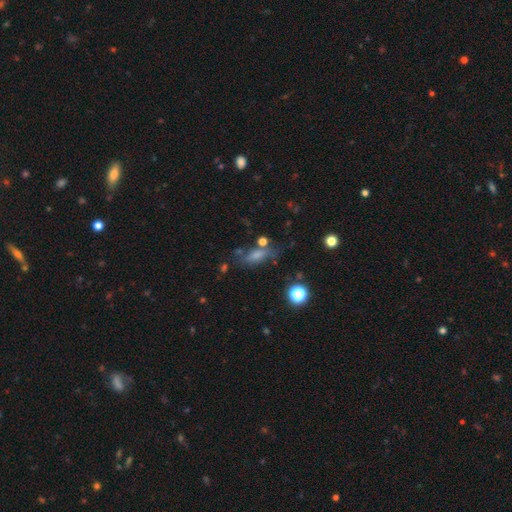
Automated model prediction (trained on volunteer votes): A smooth galaxy with no disk features (47%). Merging: none (60%).